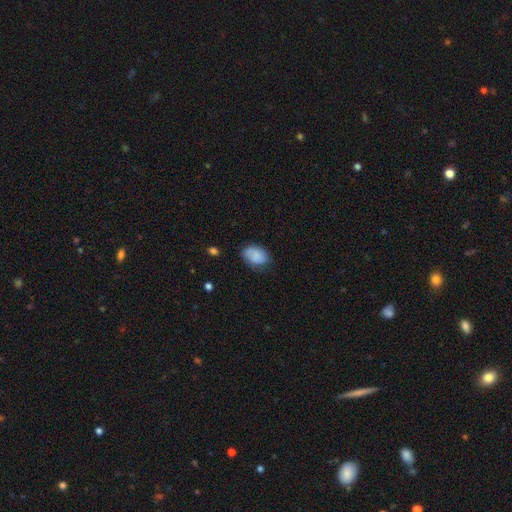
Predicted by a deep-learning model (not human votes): A smooth galaxy with no disk features (80%) that is in between round and cigar-shaped (80%). Merging: none (69%).